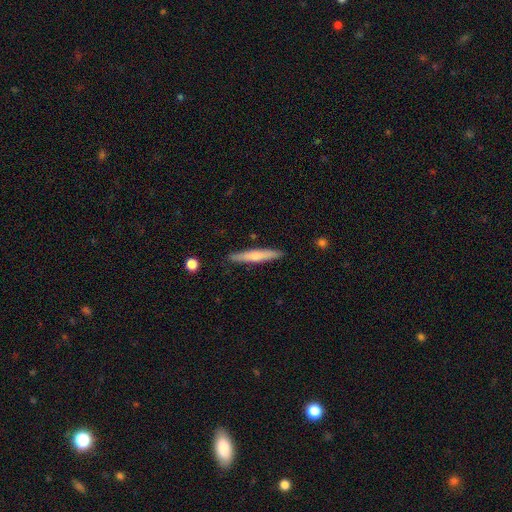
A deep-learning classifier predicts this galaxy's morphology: A smooth galaxy with no disk features (60%) that is cigar-shaped (93%).

Vote fractions:
- Smooth or featured? smooth: 60% / featured or disk: 35% / star or artifact: 6%
- How rounded? cigar-shaped: 93% / in between: 6% / round: 1%
- Merging? none: 89% / minor disturbance: 8% / major disturbance: 2% / merger: 1%